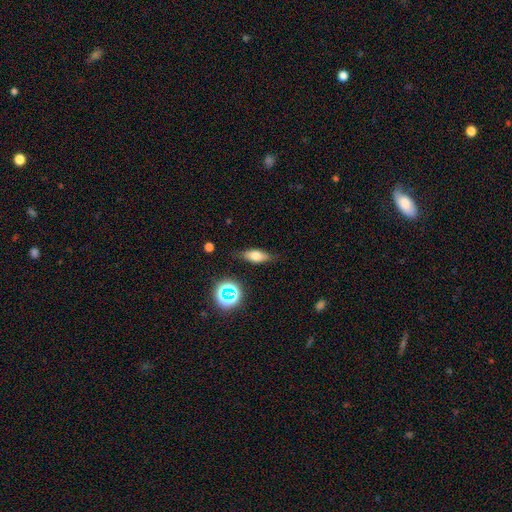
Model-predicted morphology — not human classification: This is likely a smooth galaxy (66%). How rounded: likely in between (73%). Merging: clearly none (80%).